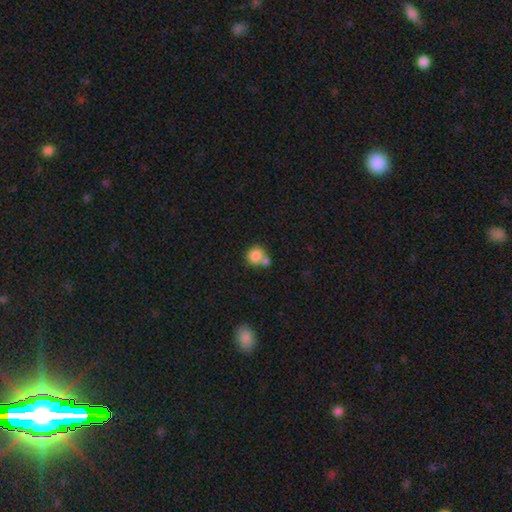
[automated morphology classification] A smooth galaxy with no disk features (83%) that is round (85%).

Vote fractions:
- Smooth or featured? smooth: 83% / star or artifact: 9% / featured or disk: 9%
- How rounded? round: 85% / in between: 14% / cigar-shaped: 1%
- Merging? none: 45% / merger: 42% / minor disturbance: 9% / major disturbance: 3%